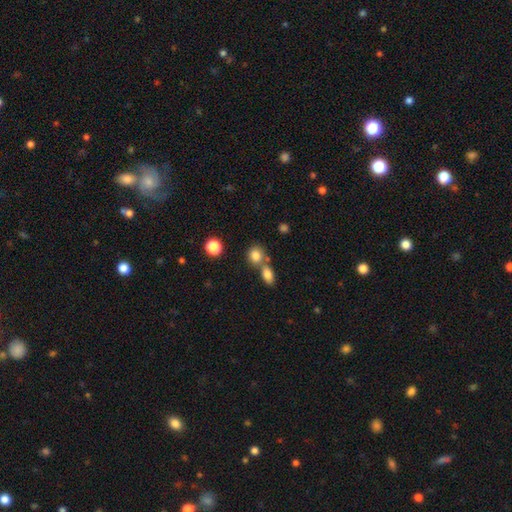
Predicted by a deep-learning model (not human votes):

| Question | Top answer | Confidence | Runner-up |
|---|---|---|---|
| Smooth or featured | smooth | 83% | star or artifact (10%) |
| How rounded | round | 69% | in between (29%) |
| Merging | none | 50% | merger (38%) |